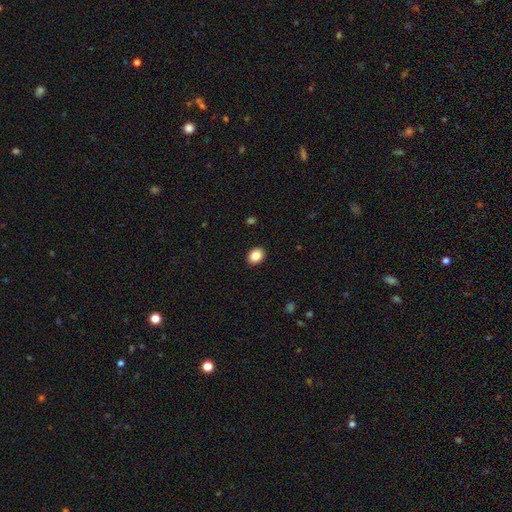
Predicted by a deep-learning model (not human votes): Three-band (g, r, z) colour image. It shows a smooth galaxy with no disk features (87%) that is in between round and cigar-shaped (57%). Merging: none (90%).